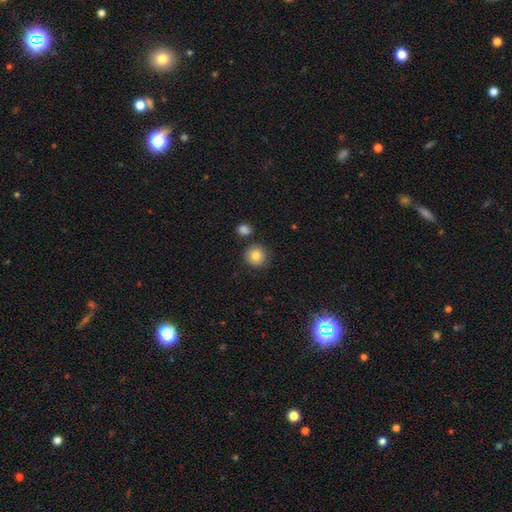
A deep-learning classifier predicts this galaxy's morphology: smooth-or-featured: smooth: 83% | star or artifact: 9% | featured or disk: 8%
  how-rounded: round: 93% | in between: 6% | cigar-shaped: 1%
  merging: none: 83% | minor disturbance: 9% | merger: 6% | major disturbance: 2%